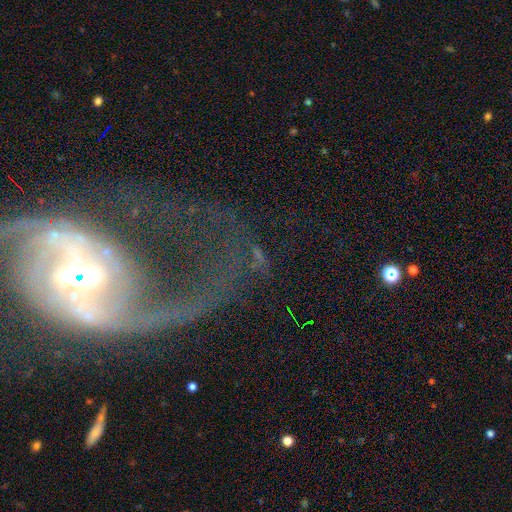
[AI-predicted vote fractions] A featured or disk galaxy (56%). Merging: none (54%).